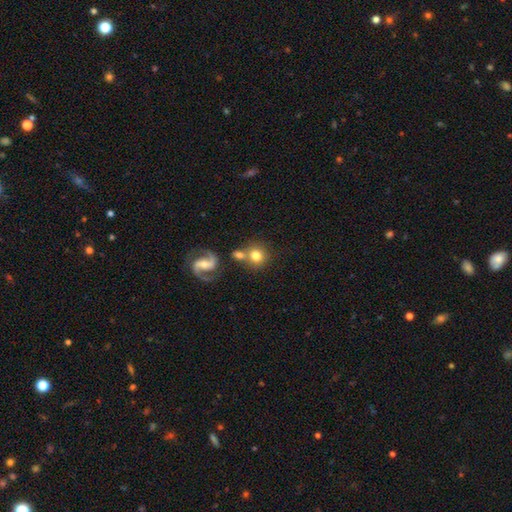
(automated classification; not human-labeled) Morphology: type=smooth (68%); roundness=round (87%); merging=none (60%).